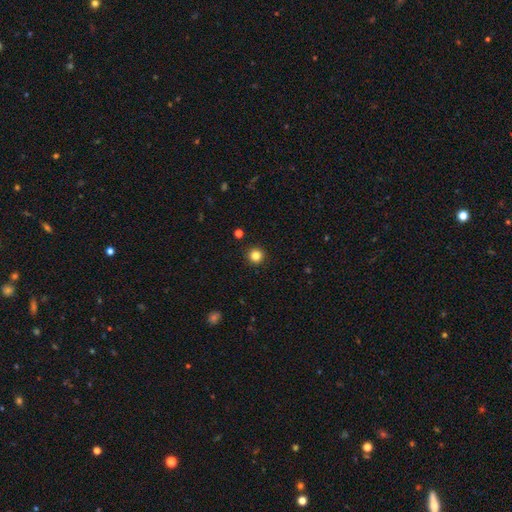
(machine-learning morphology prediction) A smooth galaxy with no disk features (83%) that is round (96%).

Vote fractions:
- Smooth or featured? smooth: 83% / star or artifact: 12% / featured or disk: 5%
- How rounded? round: 96% / in between: 3% / cigar-shaped: 1%
- Merging? none: 93% / minor disturbance: 4% / major disturbance: 1% / merger: 1%